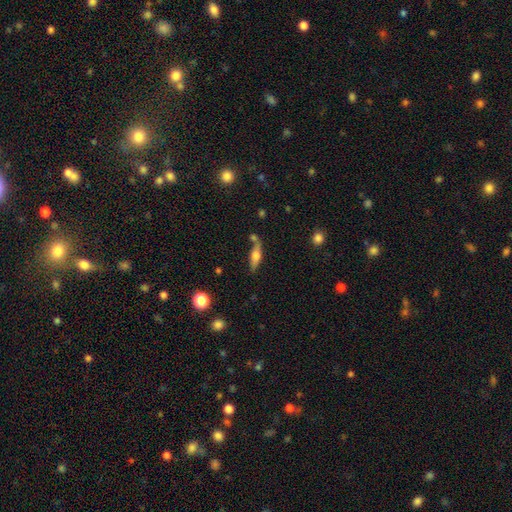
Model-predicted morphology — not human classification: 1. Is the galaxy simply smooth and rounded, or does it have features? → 49% featured or disk, 43% smooth, 8% star or artifact.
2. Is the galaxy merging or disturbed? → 64% none, 16% minor disturbance, 15% merger, 5% major disturbance.